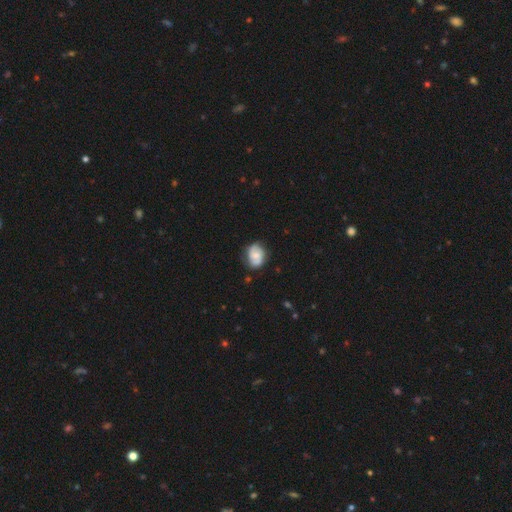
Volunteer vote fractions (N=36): smooth_or_featured: smooth (p=0.56) [alt: featured or disk p=0.39]
how_rounded: in between (p=0.80) [alt: round p=0.20]
merging: none (p=0.79) [alt: minor disturbance p=0.21]